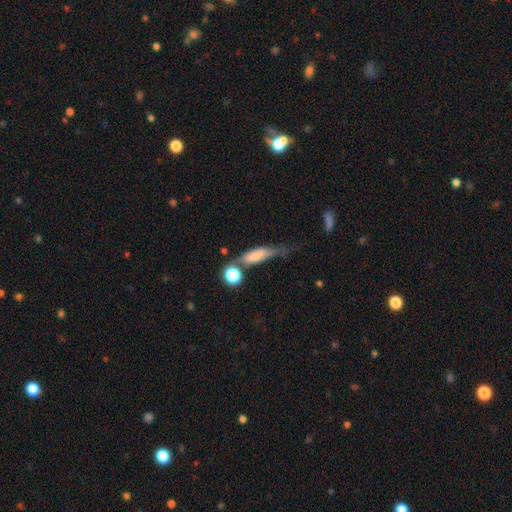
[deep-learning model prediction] Smooth or featured?
  - smooth: 64% *
  - featured or disk: 26%
  - star or artifact: 10%
How rounded?
  - cigar-shaped: 49% *
  - in between: 44%
  - round: 7%
Merging?
  - none: 37% *
  - minor disturbance: 26%
  - merger: 19%
  - major disturbance: 18%